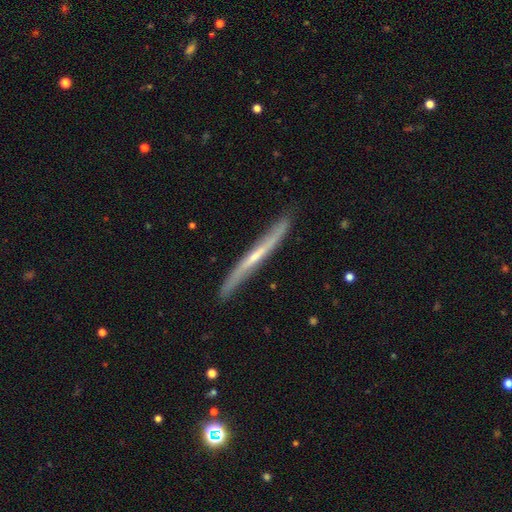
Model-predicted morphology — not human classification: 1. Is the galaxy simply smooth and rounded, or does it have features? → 71% featured or disk, 24% smooth, 5% star or artifact.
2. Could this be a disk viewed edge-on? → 87% yes, 13% no.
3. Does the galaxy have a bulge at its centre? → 59% none, 35% rounded, 6% boxy.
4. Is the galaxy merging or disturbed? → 82% none, 14% minor disturbance, 2% major disturbance, 2% merger.